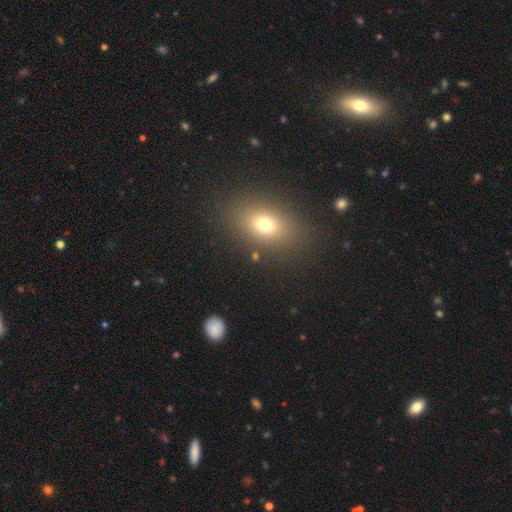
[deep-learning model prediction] This is likely a smooth galaxy (69%). How rounded: likely in between (71%). Merging: clearly none (84%).